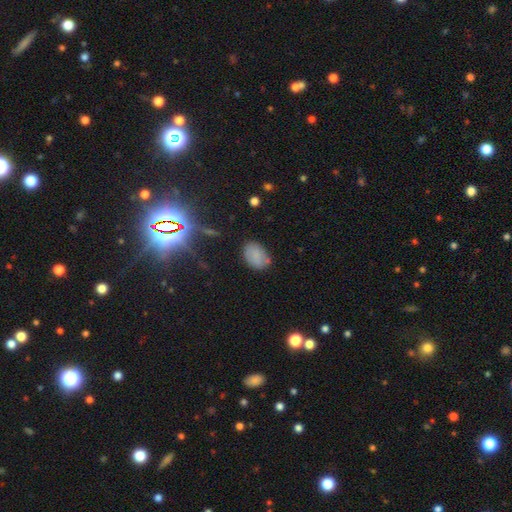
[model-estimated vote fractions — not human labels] Q: Smooth or featured?
A: smooth (79%); runner-up: star or artifact (11%)
Q: How rounded?
A: in between (84%); runner-up: round (15%)
Q: Merging?
A: none (76%); runner-up: minor disturbance (17%)